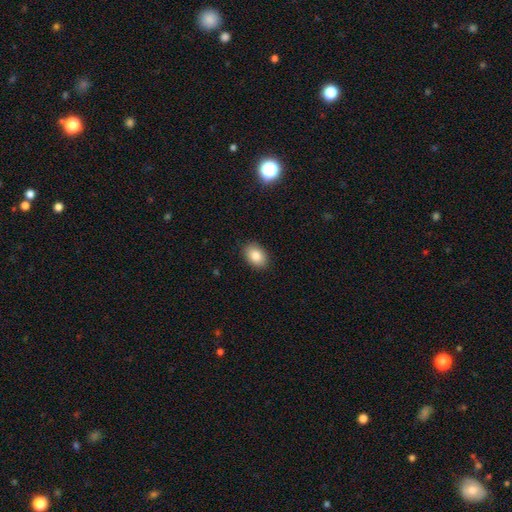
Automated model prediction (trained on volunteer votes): Smooth or featured: smooth — 85% (star or artifact — 8%)
How rounded: in between — 82% (round — 17%)
Merging: none — 88% (minor disturbance — 9%)